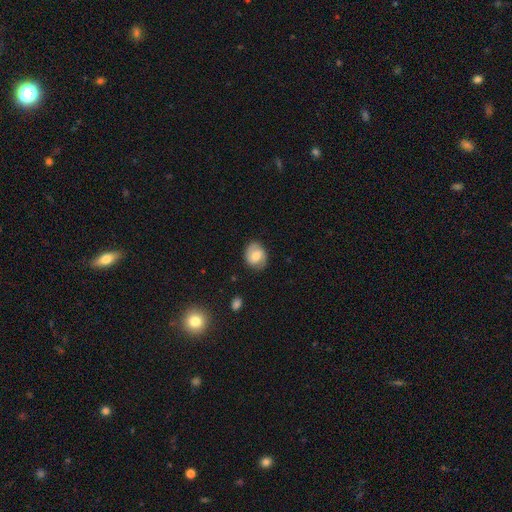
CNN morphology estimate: A smooth galaxy with no disk features (57%) that is round (57%). Merging: none (79%).